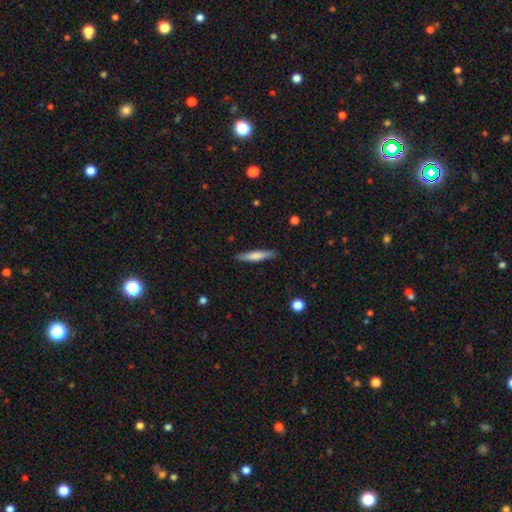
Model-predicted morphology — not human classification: This appears to be a smooth galaxy with no disk features (65%) that is cigar-shaped (90%). Merging: none (88%).